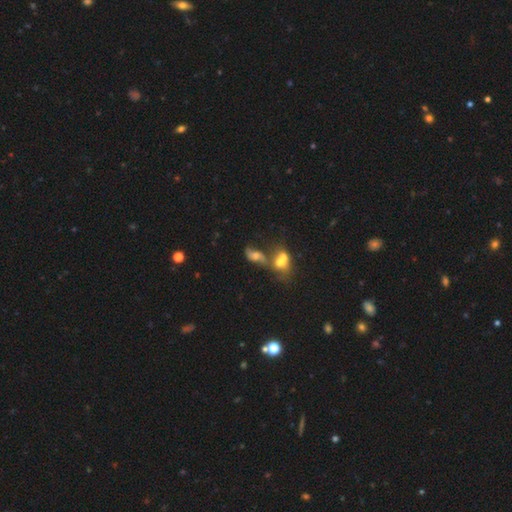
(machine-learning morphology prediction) This appears to be a smooth galaxy with no disk features (43%). Merging: merger (58%).